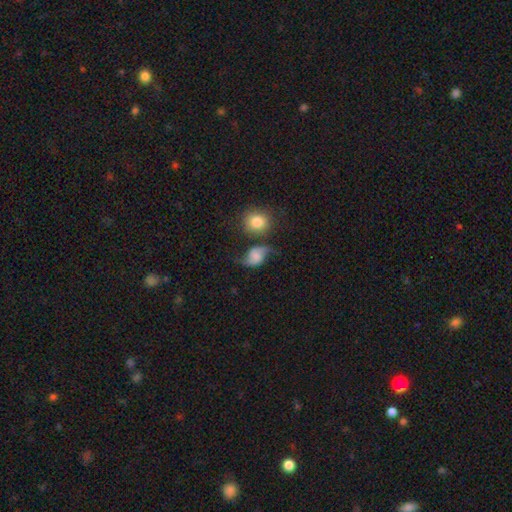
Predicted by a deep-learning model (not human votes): The model was most divided on "smooth or featured": featured or disk: 53%, smooth: 37%, star or artifact: 10%. Remaining: edge-on disk — no (96%); spiral arms — yes (89%); bar — no (53%); merging — none (49%); bulge size — none (38%).